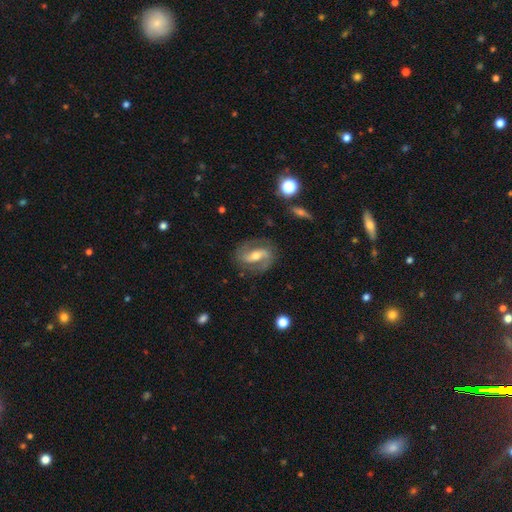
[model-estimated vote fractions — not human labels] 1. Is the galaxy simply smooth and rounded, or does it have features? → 84% featured or disk, 10% smooth, 6% star or artifact.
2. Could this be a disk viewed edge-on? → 96% no, 4% yes.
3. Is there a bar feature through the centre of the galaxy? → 45% strong, 36% weak, 20% no.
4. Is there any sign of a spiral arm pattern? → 93% yes, 7% no.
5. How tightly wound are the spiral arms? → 51% medium, 27% tight, 23% loose.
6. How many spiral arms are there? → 90% 2, 4% can't tell, 2% 1, 1% 3, 1% 4, 1% more than 4.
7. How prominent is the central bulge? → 62% moderate, 31% small, 5% large, 1% none, 1% dominant.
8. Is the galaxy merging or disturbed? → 81% none, 12% minor disturbance, 5% major disturbance, 1% merger.